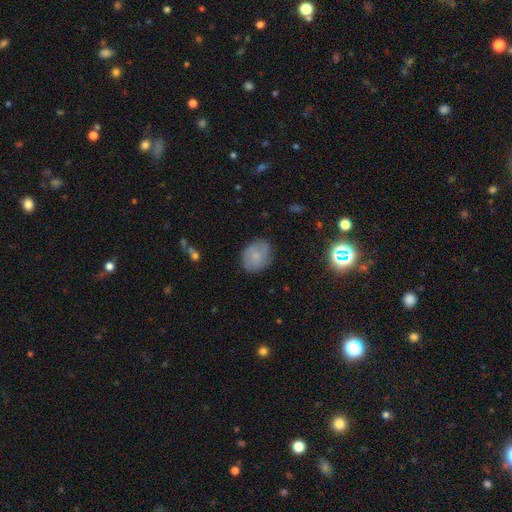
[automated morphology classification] type=smooth (71%); roundness=in between (51%); merging=none (77%).